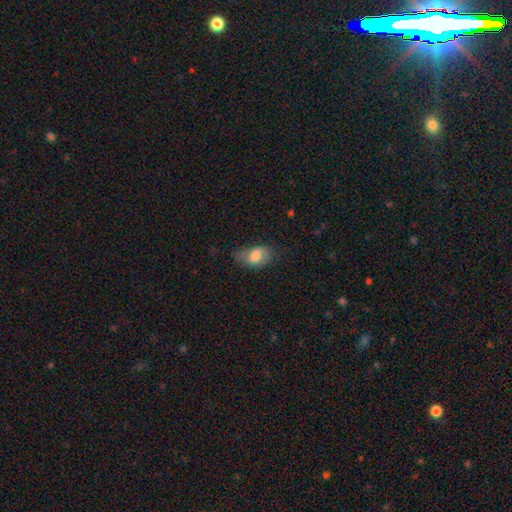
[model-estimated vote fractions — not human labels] A smooth galaxy with no disk features (68%) that is in between round and cigar-shaped (88%). Merging: none (48%).